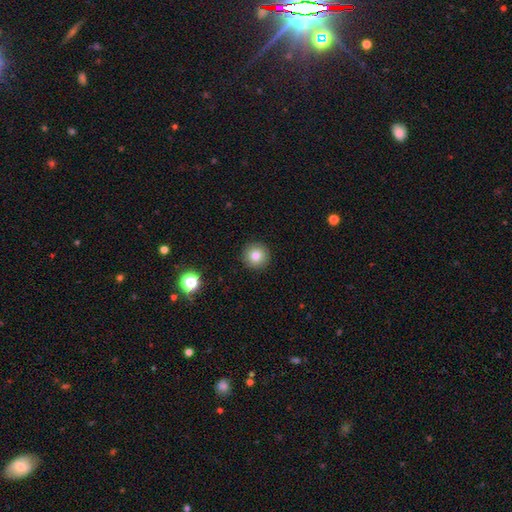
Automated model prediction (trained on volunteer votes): Q: Smooth or featured?
A: smooth (81%); runner-up: star or artifact (11%)
Q: How rounded?
A: round (96%); runner-up: in between (3%)
Q: Merging?
A: none (92%); runner-up: minor disturbance (5%)